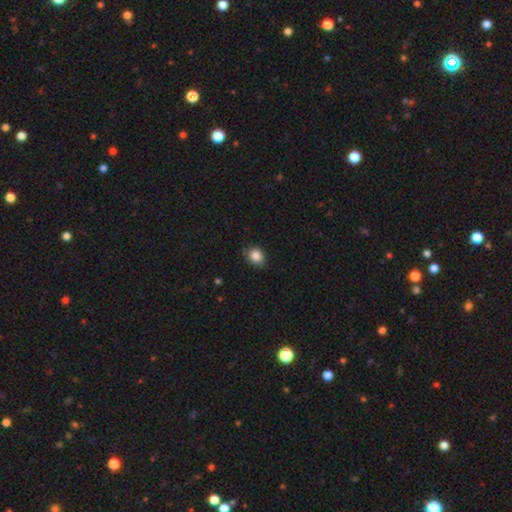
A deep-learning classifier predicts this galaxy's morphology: Smooth or featured? smooth (86%)
How rounded? round (60%)
Merging? none (83%)